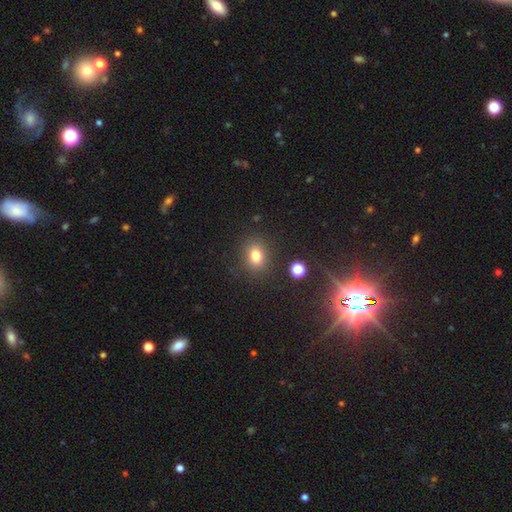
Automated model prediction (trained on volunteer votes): The model was most divided on "how rounded": in between: 50%, round: 48%, cigar-shaped: 1%. More confident: merging — none (83%); smooth or featured — smooth (79%).